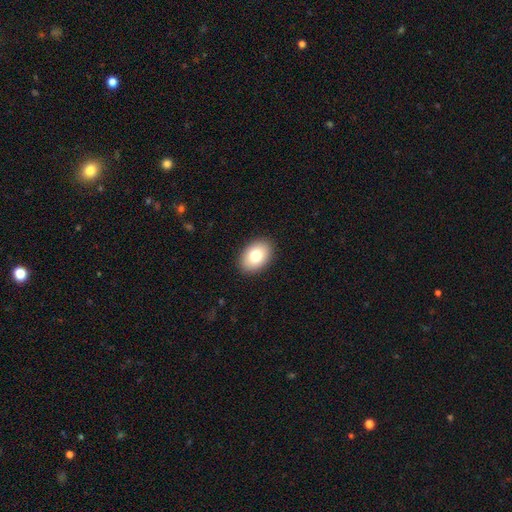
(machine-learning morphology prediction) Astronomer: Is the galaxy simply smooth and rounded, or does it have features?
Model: smooth — 80%.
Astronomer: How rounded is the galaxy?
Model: in between — 85%.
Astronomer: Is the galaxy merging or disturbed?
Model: none — 90%.